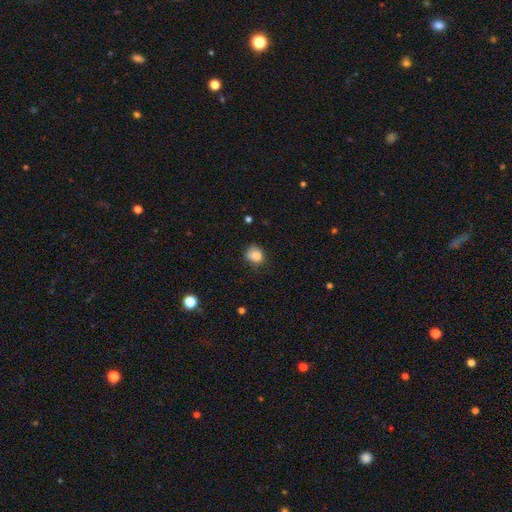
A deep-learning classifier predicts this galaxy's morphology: Overall: smooth (81%). How rounded: round (66%; in between 33%). Merging: none (55%; minor disturbance 32%).